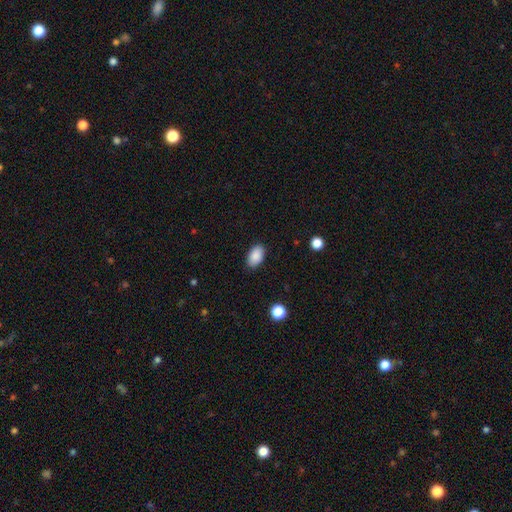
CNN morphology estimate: Overall: smooth (89%). How rounded: in between (92%). Merging: none (87%).